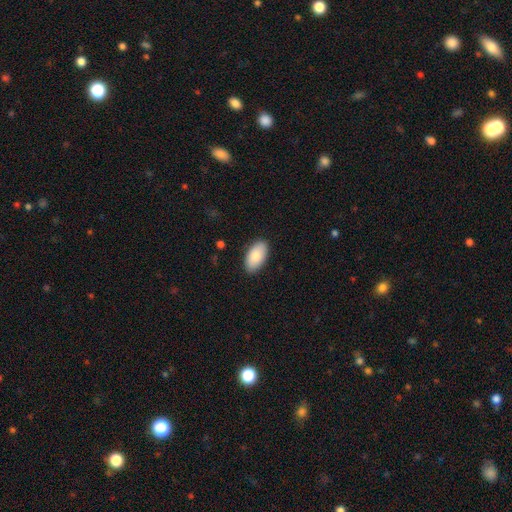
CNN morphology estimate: type=smooth (86%); roundness=in between (96%); merging=none (88%).